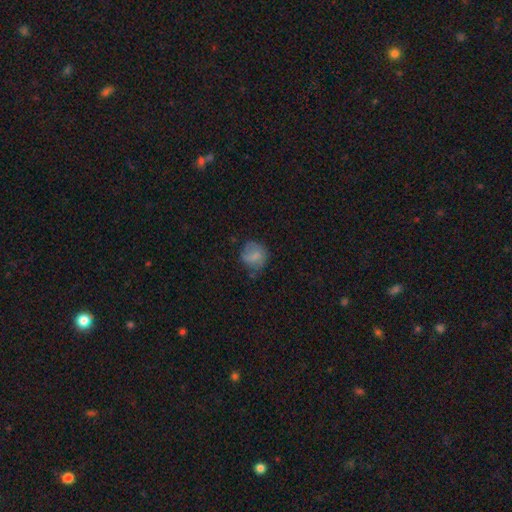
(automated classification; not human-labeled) smooth_or_featured: smooth (p=0.70) [alt: featured or disk p=0.21]
how_rounded: round (p=0.80) [alt: in between p=0.19]
merging: none (p=0.58) [alt: minor disturbance p=0.28]